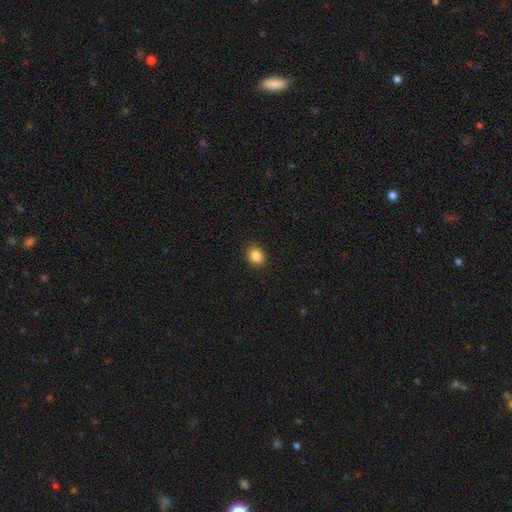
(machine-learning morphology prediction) A smooth galaxy with no disk features (86%) that is in between round and cigar-shaped (52%). Merging: none (90%).